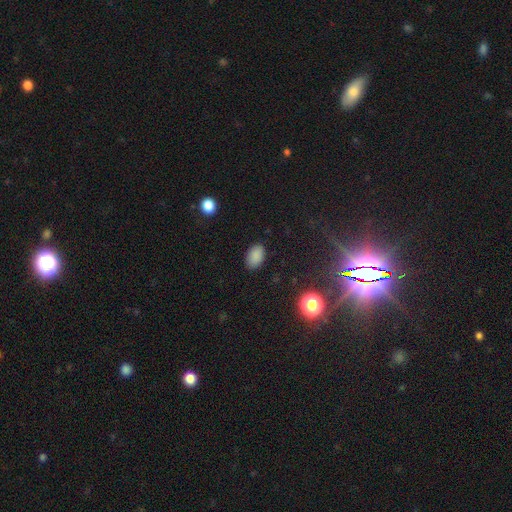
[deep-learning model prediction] smooth-or-featured: smooth: 86% | star or artifact: 10% | featured or disk: 4%
  how-rounded: in between: 89% | round: 10% | cigar-shaped: 1%
  merging: none: 86% | minor disturbance: 10% | major disturbance: 3% | merger: 1%